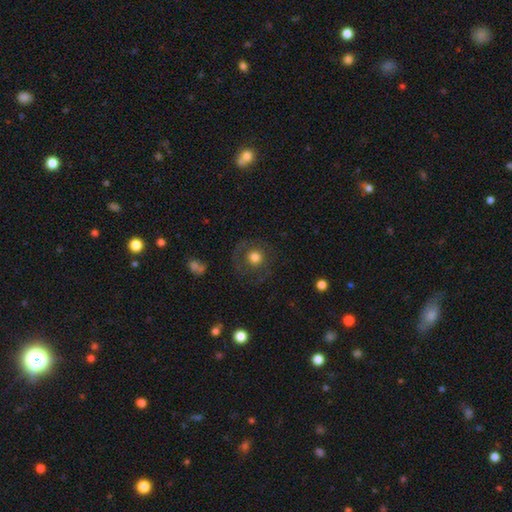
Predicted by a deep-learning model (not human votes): The model was most divided on "smooth or featured": smooth: 47%, featured or disk: 36%, star or artifact: 17%. More confident: merging — none (75%).